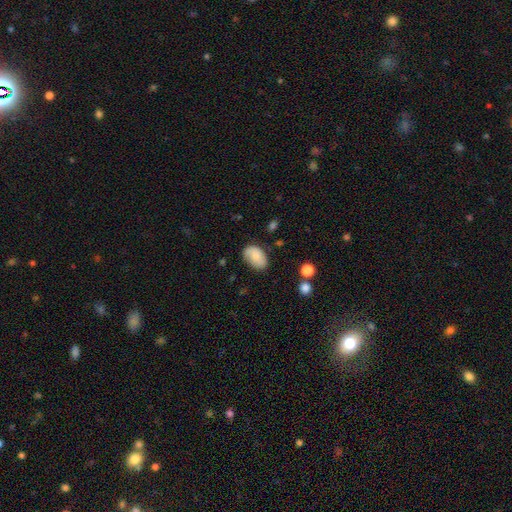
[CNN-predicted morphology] Smooth or featured? Predicted: smooth (p=0.75). How rounded? Predicted: in between (p=0.87). Merging? Predicted: none (p=0.65).